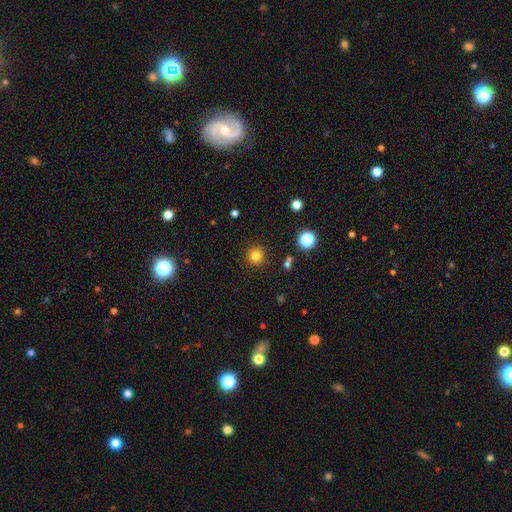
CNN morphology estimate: Smooth or featured?
  - smooth: 80% *
  - star or artifact: 14%
  - featured or disk: 5%
How rounded?
  - round: 95% *
  - in between: 4%
  - cigar-shaped: 1%
Merging?
  - none: 90% *
  - minor disturbance: 6%
  - major disturbance: 2%
  - merger: 2%